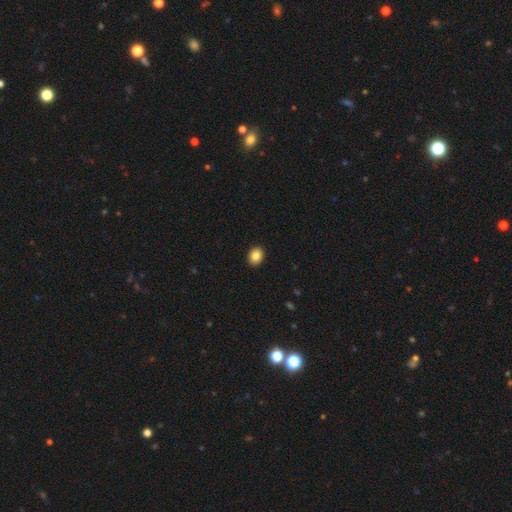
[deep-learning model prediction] smooth-or-featured: smooth: 86% | star or artifact: 9% | featured or disk: 5%
  how-rounded: in between: 50% (tied) | round: 50% (tied) | cigar-shaped: 1%
  merging: none: 92% | minor disturbance: 5% | major disturbance: 2% | merger: 1%